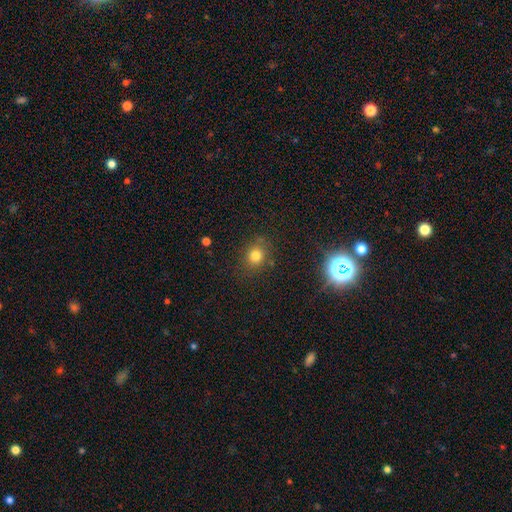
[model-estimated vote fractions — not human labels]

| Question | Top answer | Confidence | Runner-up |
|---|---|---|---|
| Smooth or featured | smooth | 77% | star or artifact (16%) |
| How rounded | round | 75% | in between (24%) |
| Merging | none | 81% | minor disturbance (12%) |